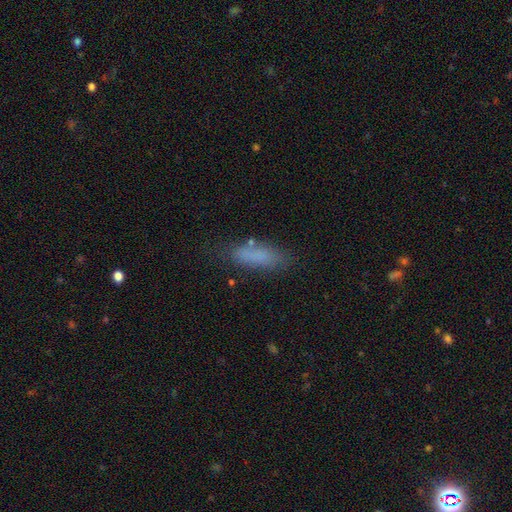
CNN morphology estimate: This is likely a smooth galaxy (79%). How rounded: possibly in between (50%). Merging: likely none (72%).